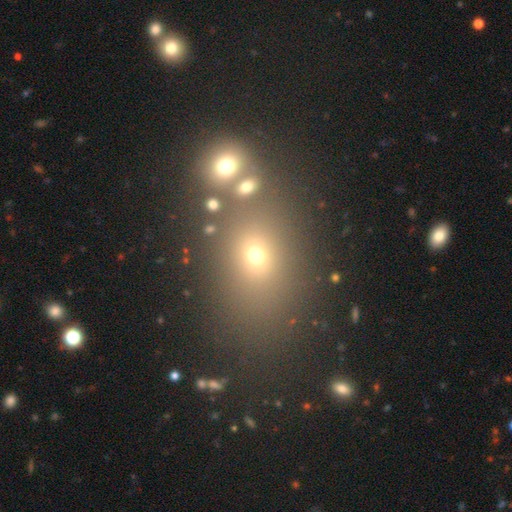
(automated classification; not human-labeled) The model was most divided on "how rounded": in between: 58%, round: 40%, cigar-shaped: 2%. More confident: smooth or featured — smooth (65%); merging — none (65%).